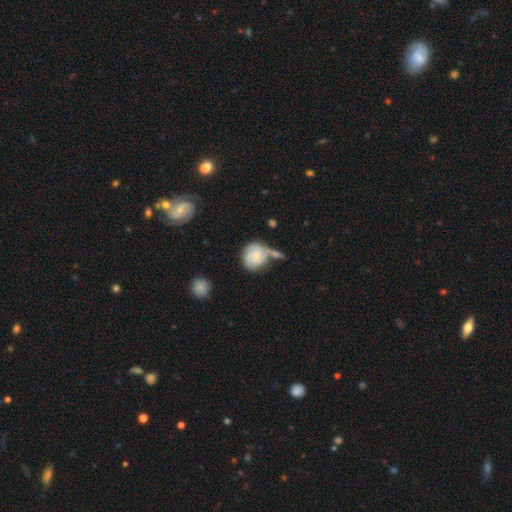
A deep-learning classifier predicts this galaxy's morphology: A smooth galaxy with no disk features (47%). Merging: none (40%).